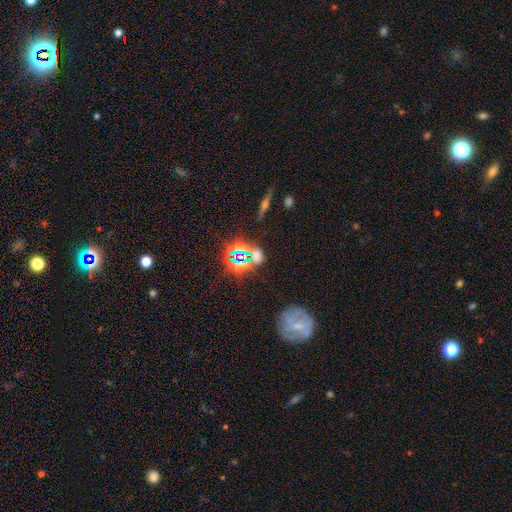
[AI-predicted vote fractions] star or artifact 59%, smooth 29%, featured or disk 12%.